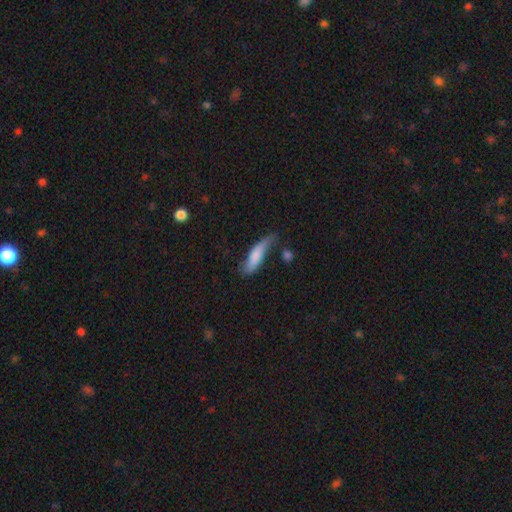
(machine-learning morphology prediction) smooth_or_featured: smooth (p=0.72) [alt: featured or disk p=0.22]
how_rounded: cigar-shaped (p=0.60) [alt: in between p=0.38]
merging: none (p=0.42) [alt: minor disturbance p=0.36]